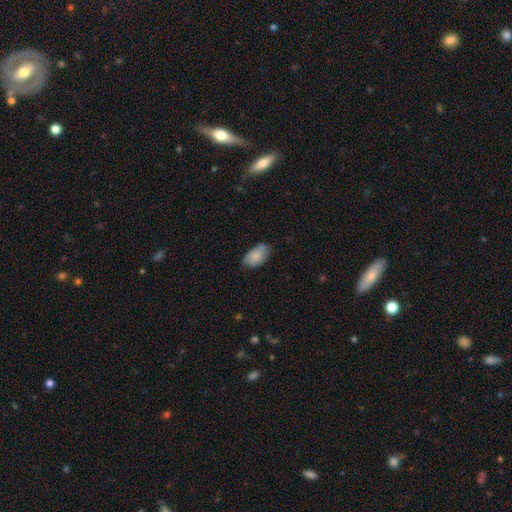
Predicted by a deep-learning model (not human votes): The model was most divided on "merging": none: 63%, minor disturbance: 28%, major disturbance: 5%, merger: 4%. More confident: how rounded — in between (93%); smooth or featured — smooth (83%).